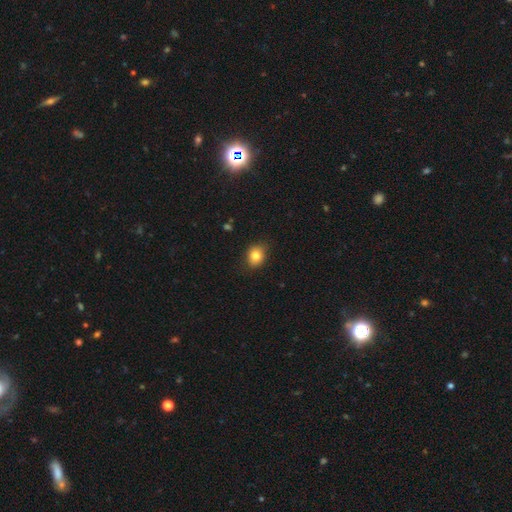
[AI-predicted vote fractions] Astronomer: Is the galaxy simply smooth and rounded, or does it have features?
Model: smooth — 82%.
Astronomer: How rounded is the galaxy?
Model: round — 53% (runner-up: in between, 46%).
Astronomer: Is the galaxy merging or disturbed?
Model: none — 82%.